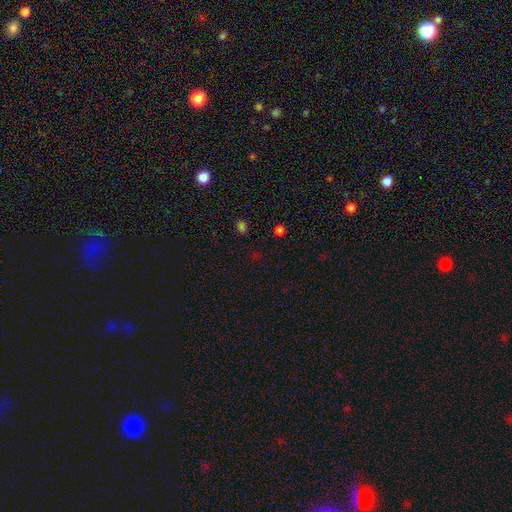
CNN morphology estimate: Overall: star or artifact (52%; smooth 41%).